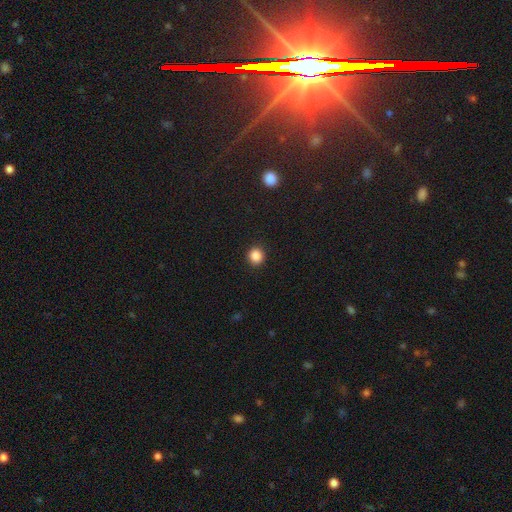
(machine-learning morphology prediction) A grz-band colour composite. It shows a smooth galaxy with no disk features (87%) that is round (90%). Merging: none (92%).